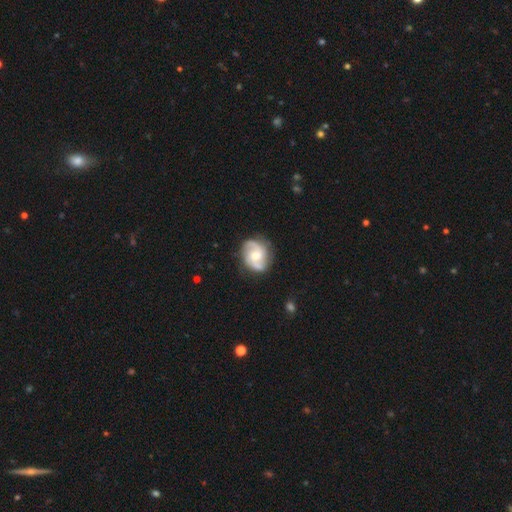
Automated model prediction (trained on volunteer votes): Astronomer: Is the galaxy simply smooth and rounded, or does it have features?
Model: featured or disk — 82%.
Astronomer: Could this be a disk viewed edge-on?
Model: no — 98%.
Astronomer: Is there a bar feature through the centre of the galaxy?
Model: no — 52% (runner-up: weak, 39%).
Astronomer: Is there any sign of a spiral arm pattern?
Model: yes — 96%.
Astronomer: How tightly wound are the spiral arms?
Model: medium — 48% (runner-up: loose, 32%).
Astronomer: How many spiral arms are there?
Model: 2 — 84%.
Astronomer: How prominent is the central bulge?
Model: moderate — 65%.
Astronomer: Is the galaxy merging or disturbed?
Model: none — 79%.